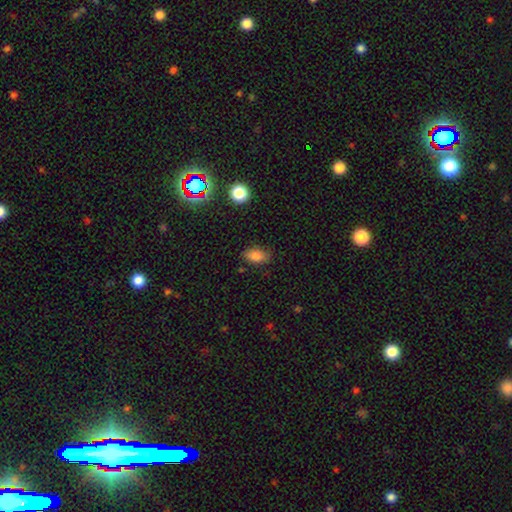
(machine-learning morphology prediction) Smooth or featured: smooth — 81% (star or artifact — 11%)
How rounded: in between — 87% (round — 10%)
Merging: none — 79% (minor disturbance — 16%)